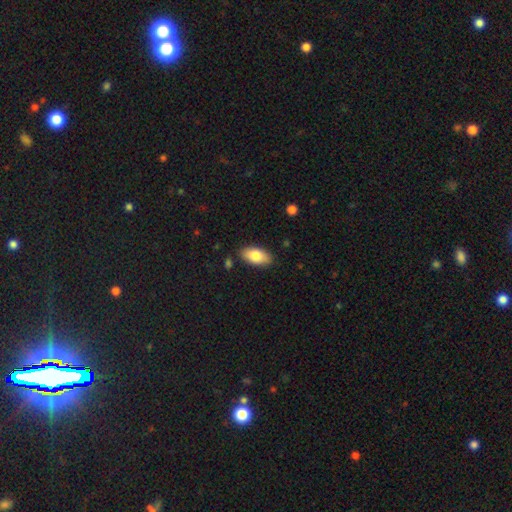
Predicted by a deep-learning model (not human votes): Smooth or featured? smooth (80%)
How rounded? in between (93%)
Merging? none (86%)